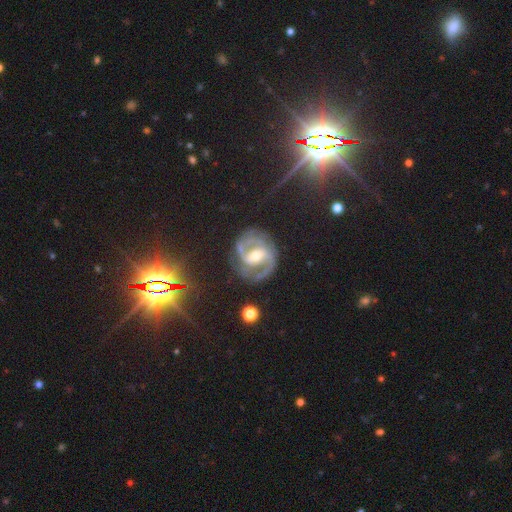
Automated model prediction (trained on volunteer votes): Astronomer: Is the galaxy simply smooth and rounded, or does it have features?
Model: featured or disk — 85%.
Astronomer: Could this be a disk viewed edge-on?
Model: no — 97%.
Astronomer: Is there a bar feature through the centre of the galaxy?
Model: weak — 41% (runner-up: strong, 38%).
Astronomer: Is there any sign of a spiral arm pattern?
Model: yes — 95%.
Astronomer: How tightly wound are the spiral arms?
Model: medium — 53% (runner-up: tight, 35%).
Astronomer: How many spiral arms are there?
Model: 2 — 86%.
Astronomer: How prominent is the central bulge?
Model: moderate — 59% (runner-up: small, 36%).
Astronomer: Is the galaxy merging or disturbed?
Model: none — 76%.